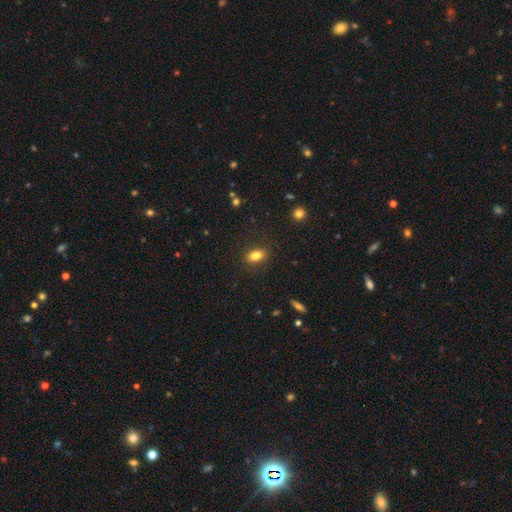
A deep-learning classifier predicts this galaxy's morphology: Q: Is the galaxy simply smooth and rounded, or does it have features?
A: smooth — 83%.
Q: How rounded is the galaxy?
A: in between — 85%.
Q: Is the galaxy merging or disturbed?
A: none — 87%.